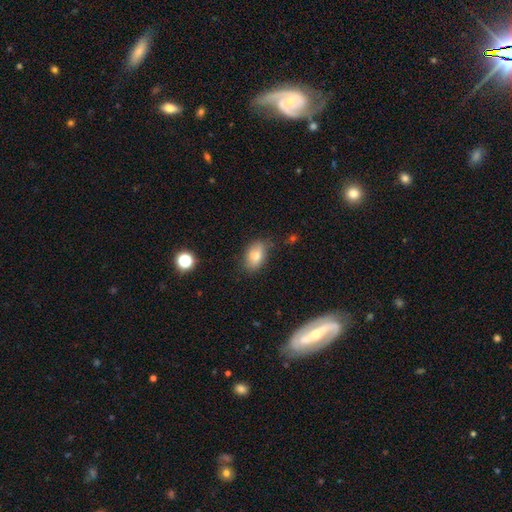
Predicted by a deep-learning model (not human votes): Smooth or featured? Predicted: smooth (p=0.77). How rounded? Predicted: in between (p=0.86). Merging? Predicted: none (p=0.74).